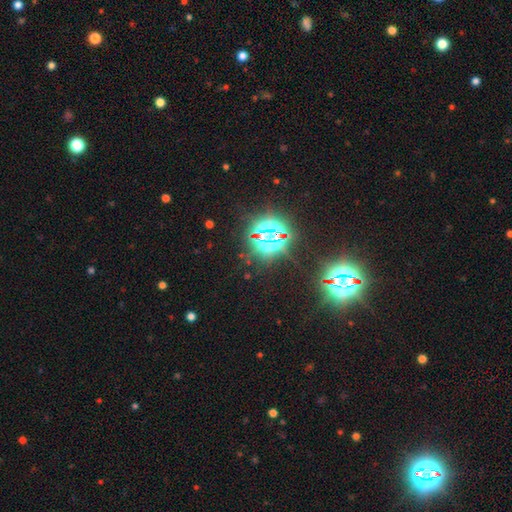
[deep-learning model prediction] Q: Smooth or featured?
A: star or artifact (83%); runner-up: smooth (12%)